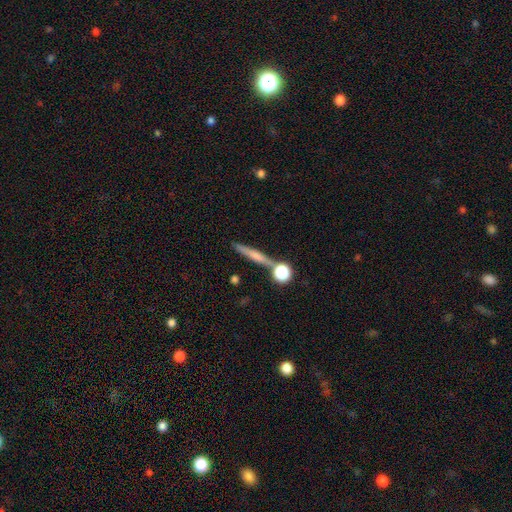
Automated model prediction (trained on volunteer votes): Overall: smooth (51%; featured or disk 40%). How rounded: cigar-shaped (80%). Merging: none (75%).